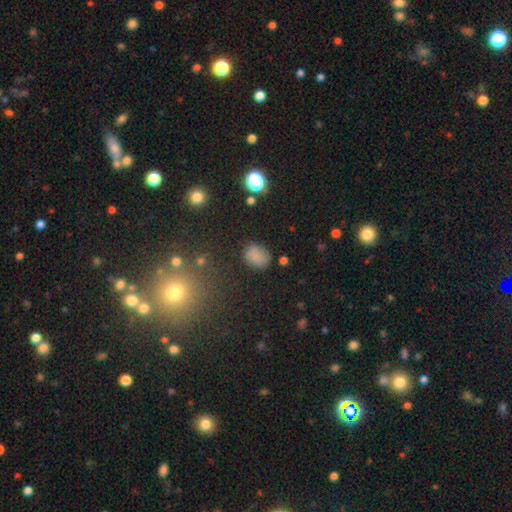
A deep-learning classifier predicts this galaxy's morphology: smooth 78%, star or artifact 14%, featured or disk 8%. Down the decision tree: how rounded — in between (68%); merging — none (73%).